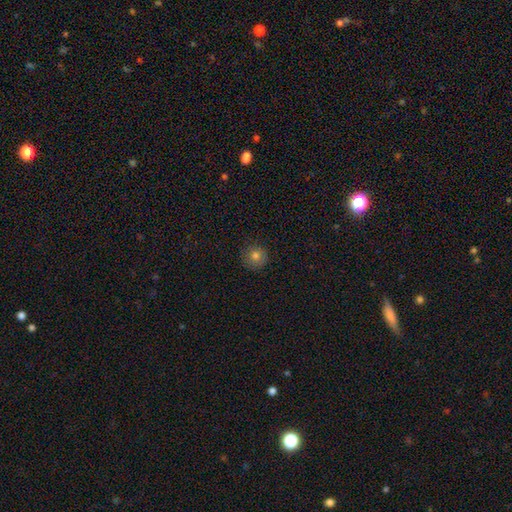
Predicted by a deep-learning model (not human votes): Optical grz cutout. It shows a smooth galaxy with no disk features (78%) that is round (94%). Merging: none (88%).